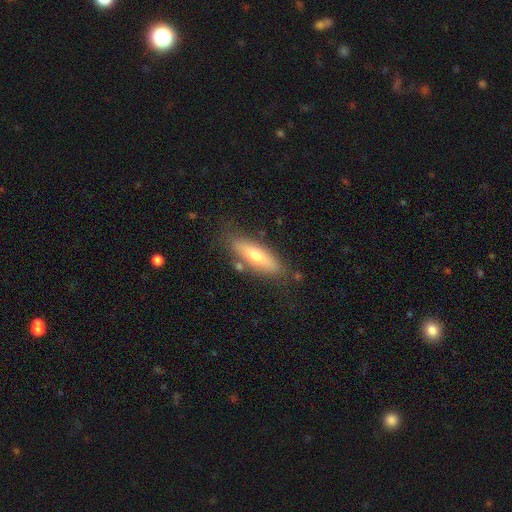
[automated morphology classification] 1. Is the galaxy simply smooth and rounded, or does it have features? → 59% smooth, 34% featured or disk, 7% star or artifact.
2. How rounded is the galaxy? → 51% cigar-shaped, 46% in between, 2% round.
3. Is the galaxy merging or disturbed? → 78% none, 14% minor disturbance, 5% merger, 4% major disturbance.